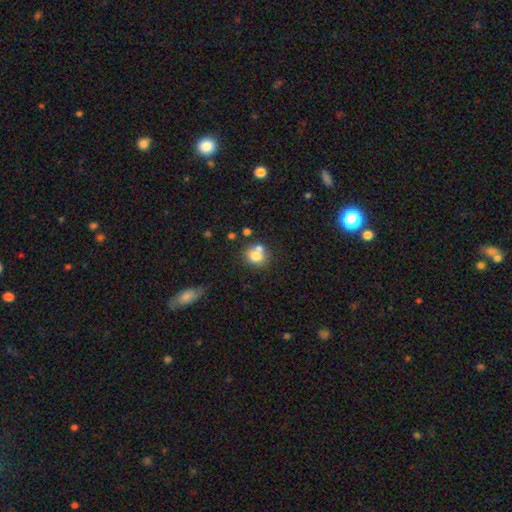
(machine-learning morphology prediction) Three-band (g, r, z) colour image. It shows a smooth galaxy with no disk features (75%) that is round (73%). Merging: none (49%).